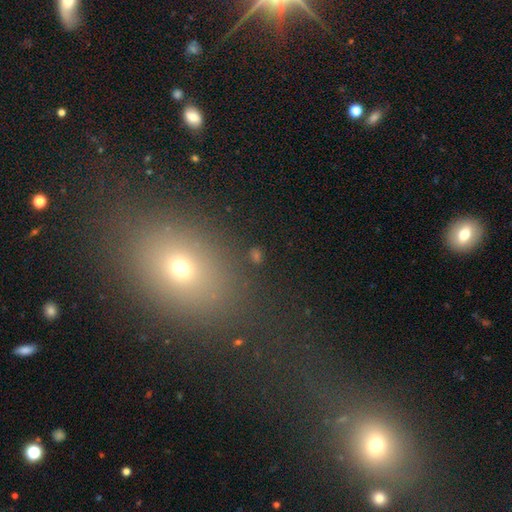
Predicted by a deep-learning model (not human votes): This is possibly a smooth galaxy (54%). How rounded: possibly round (52%). Merging: clearly none (80%).